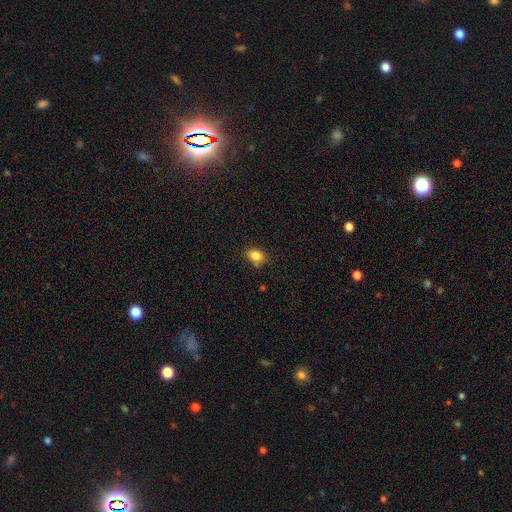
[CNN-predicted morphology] A smooth galaxy with no disk features (84%) that is in between round and cigar-shaped (70%).

Vote fractions:
- Smooth or featured? smooth: 84% / star or artifact: 10% / featured or disk: 6%
- How rounded? in between: 70% / round: 29% / cigar-shaped: 1%
- Merging? none: 72% / minor disturbance: 21% / major disturbance: 4% / merger: 4%